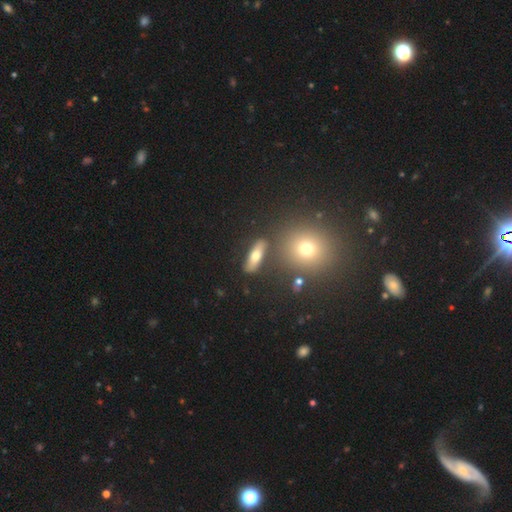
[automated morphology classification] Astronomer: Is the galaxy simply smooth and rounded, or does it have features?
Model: smooth — 61%.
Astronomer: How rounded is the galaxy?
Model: cigar-shaped — 45% (runner-up: in between, 44%).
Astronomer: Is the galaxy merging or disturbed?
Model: none — 82%.